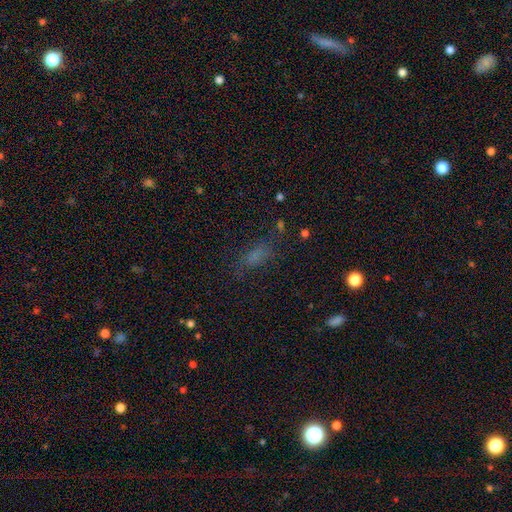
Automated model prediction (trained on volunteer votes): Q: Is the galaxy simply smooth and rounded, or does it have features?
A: smooth — 64%.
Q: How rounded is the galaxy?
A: in between — 69%.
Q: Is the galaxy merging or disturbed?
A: none — 64%.